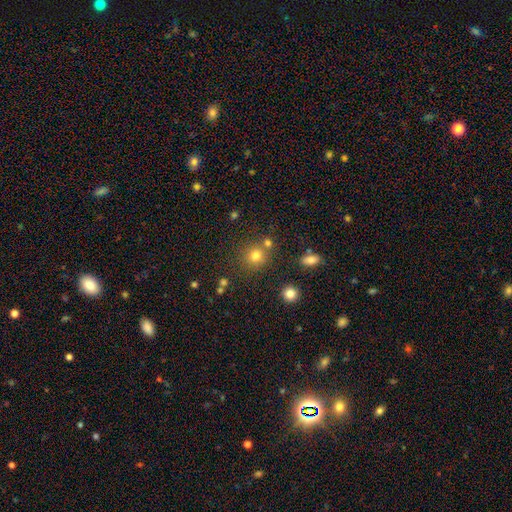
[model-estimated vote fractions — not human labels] The model was most divided on "merging": none: 72%, merger: 14%, minor disturbance: 10%, major disturbance: 4%. More confident: how rounded — round (87%); smooth or featured — smooth (76%).